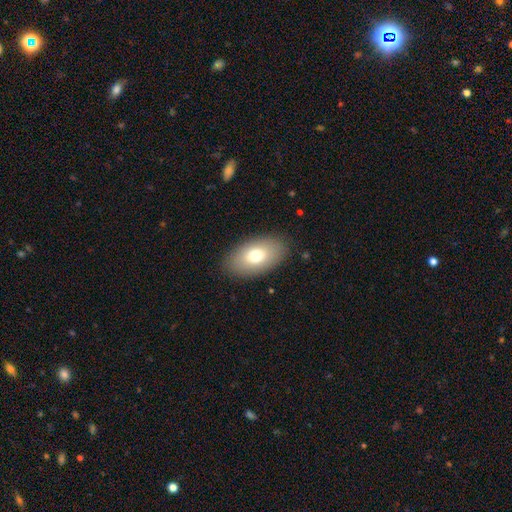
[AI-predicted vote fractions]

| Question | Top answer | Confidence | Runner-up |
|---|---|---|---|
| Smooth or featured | smooth | 74% | featured or disk (19%) |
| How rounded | in between | 93% | round (5%) |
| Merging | none | 87% | minor disturbance (9%) |